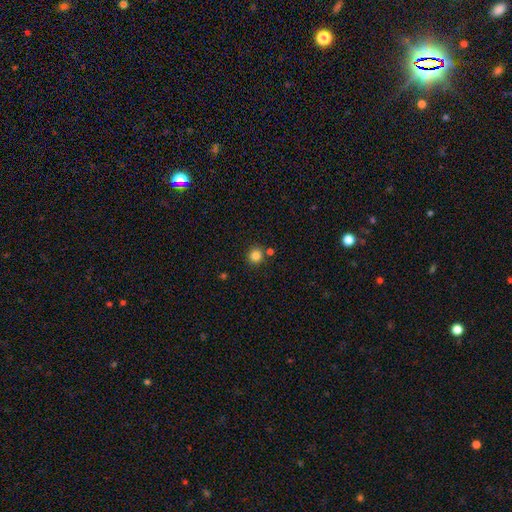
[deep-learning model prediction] Overall: smooth (84%). How rounded: round (91%). Merging: none (81%).